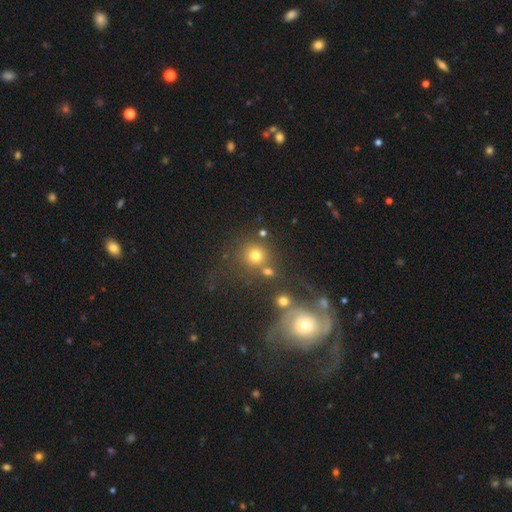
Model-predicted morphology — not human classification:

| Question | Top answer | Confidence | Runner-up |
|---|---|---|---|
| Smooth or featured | smooth | 71% | star or artifact (19%) |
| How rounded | round | 91% | in between (8%) |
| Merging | none | 66% | merger (17%) |